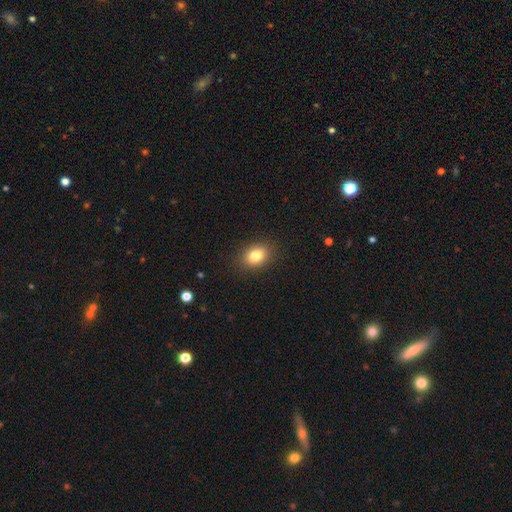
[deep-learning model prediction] Smooth or featured? smooth (82%)
How rounded? in between (70%)
Merging? none (89%)